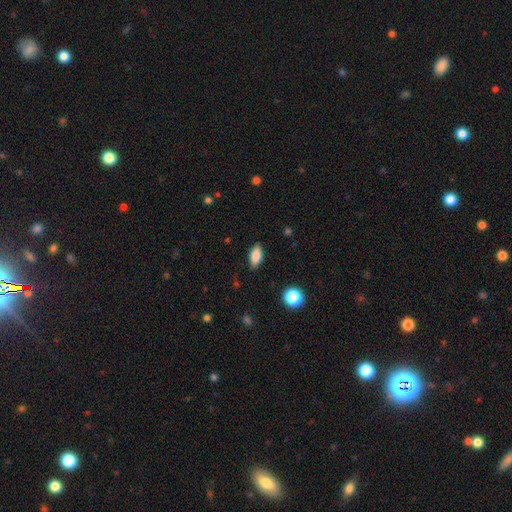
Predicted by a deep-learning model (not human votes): This is clearly a smooth galaxy (85%). How rounded: clearly in between (86%). Merging: clearly none (86%).